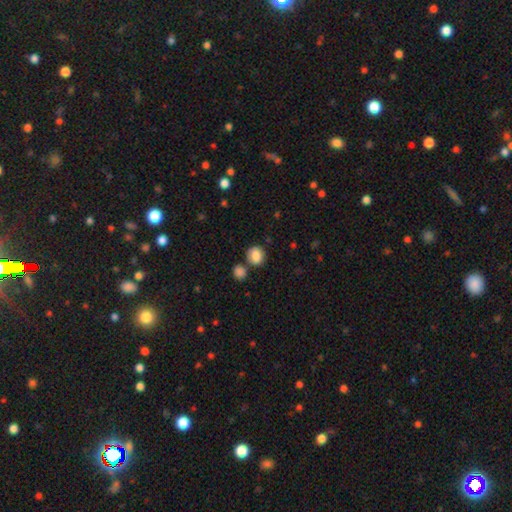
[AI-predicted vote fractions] smooth-or-featured: smooth: 84% | star or artifact: 9% | featured or disk: 7%
  how-rounded: round: 64% | in between: 34% | cigar-shaped: 1%
  merging: none: 67% | merger: 16% | minor disturbance: 13% | major disturbance: 4%